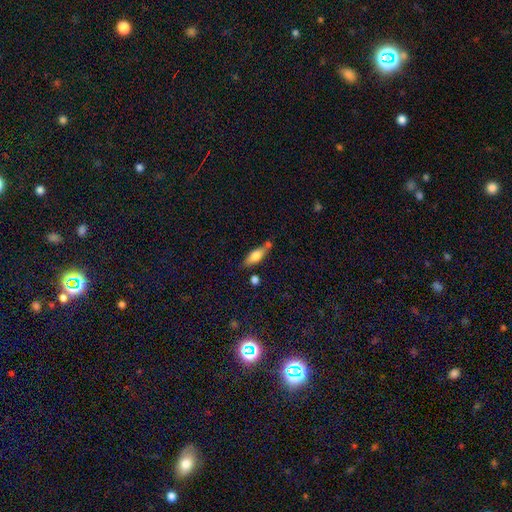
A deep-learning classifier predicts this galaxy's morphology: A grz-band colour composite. It shows a smooth galaxy with no disk features (63%) that is in between round and cigar-shaped (60%). Merging: none (61%).